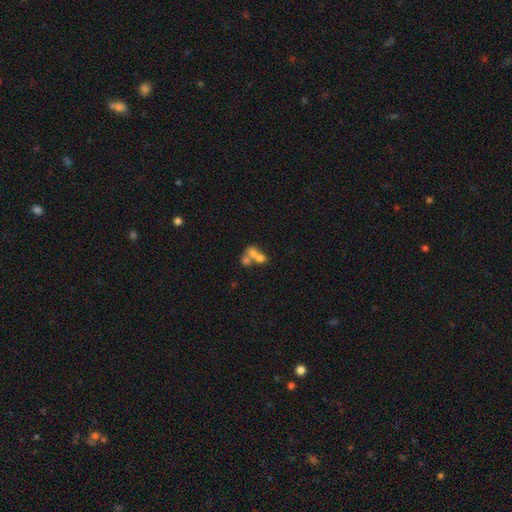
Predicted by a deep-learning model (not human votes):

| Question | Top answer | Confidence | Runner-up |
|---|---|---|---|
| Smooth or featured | smooth | 59% | featured or disk (28%) |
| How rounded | round | 53% | in between (45%) |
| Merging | merger | 68% | none (21%) |